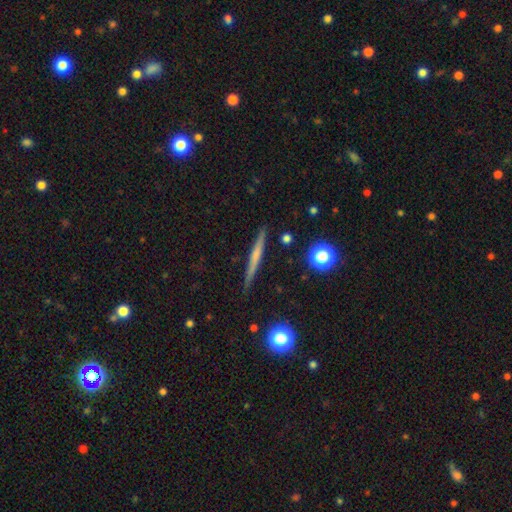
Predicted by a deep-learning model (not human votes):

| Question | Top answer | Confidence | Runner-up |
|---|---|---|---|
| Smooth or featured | featured or disk | 50% | smooth (43%) |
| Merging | none | 90% | minor disturbance (7%) |